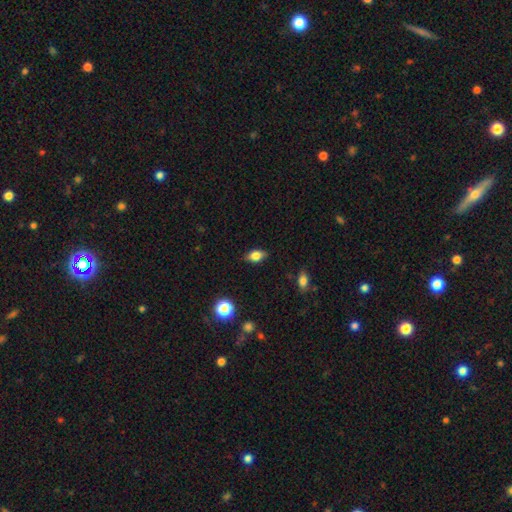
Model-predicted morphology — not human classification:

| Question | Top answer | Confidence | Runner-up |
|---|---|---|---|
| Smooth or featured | smooth | 76% | featured or disk (15%) |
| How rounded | in between | 82% | round (13%) |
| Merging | none | 83% | minor disturbance (13%) |